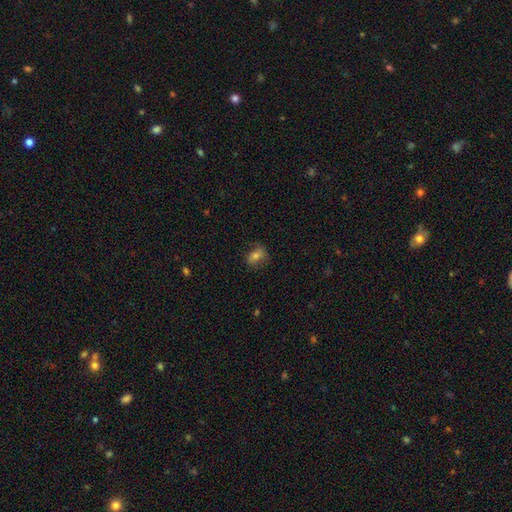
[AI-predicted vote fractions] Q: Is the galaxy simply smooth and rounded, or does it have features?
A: smooth — 66%.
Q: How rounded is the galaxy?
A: in between — 64%.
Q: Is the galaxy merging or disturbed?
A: none — 68%.